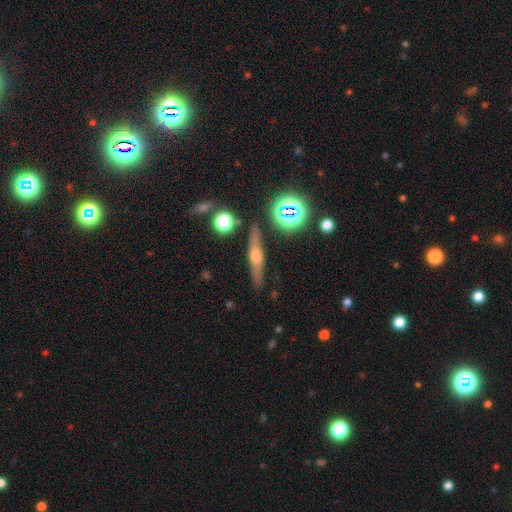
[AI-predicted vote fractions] This appears to be a featured or disk galaxy (58%) viewed edge-on (93%) with a rounded central bulge (87%). Merging: none (87%).